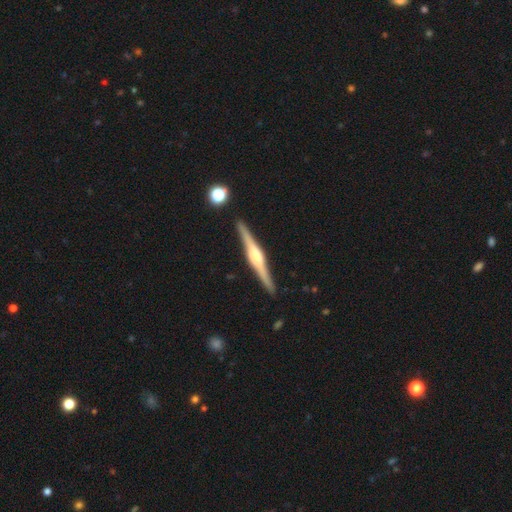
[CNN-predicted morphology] smooth_or_featured: featured or disk (p=0.82) [alt: smooth p=0.13]
disk_edge_on: yes (p=0.98) [alt: no p=0.02]
edge_on_bulge: rounded (p=0.71) [alt: boxy p=0.24]
merging: none (p=0.91) [alt: minor disturbance p=0.06]